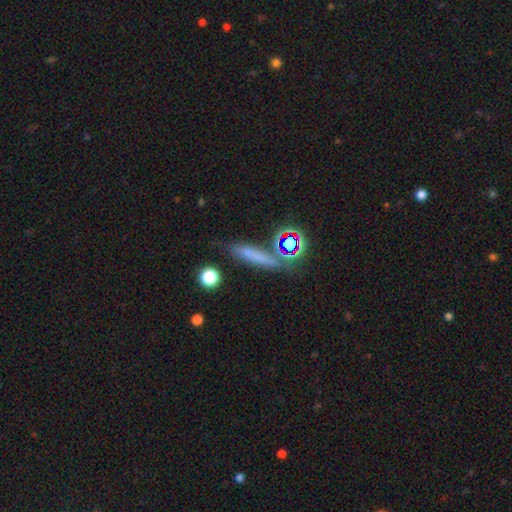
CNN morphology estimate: Smooth or featured? smooth (58%)
How rounded? cigar-shaped (75%)
Merging? none (74%)